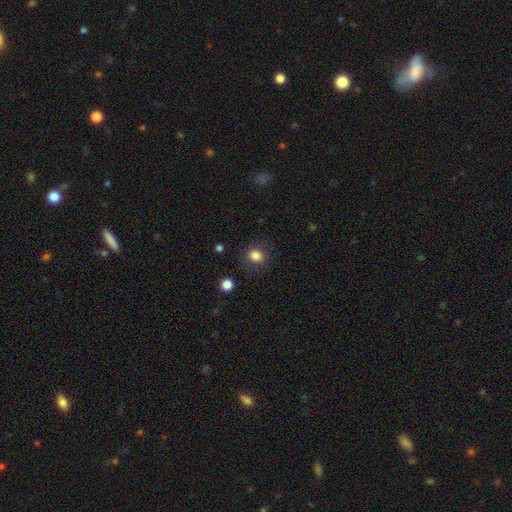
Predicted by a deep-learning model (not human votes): smooth-or-featured: smooth: 83% | star or artifact: 11% | featured or disk: 5%
  how-rounded: round: 77% | in between: 22% | cigar-shaped: 1%
  merging: none: 83% | minor disturbance: 11% | major disturbance: 4% | merger: 1%